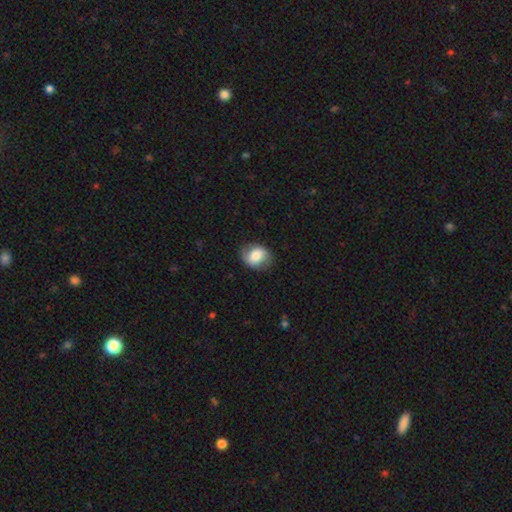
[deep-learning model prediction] smooth-or-featured: smooth: 63% | featured or disk: 29% | star or artifact: 8%
  how-rounded: in between: 52% | round: 47% | cigar-shaped: 1%
  merging: none: 77% | minor disturbance: 17% | major disturbance: 5% | merger: 1%